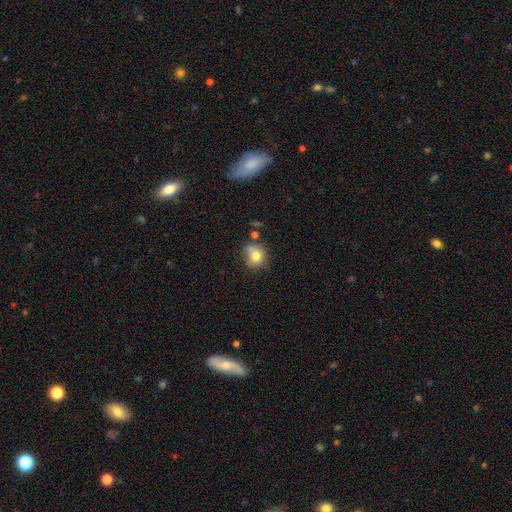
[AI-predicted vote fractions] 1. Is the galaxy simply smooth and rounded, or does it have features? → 76% smooth, 13% featured or disk, 11% star or artifact.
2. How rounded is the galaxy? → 75% round, 24% in between, 1% cigar-shaped.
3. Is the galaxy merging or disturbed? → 56% none, 24% minor disturbance, 12% merger, 8% major disturbance.